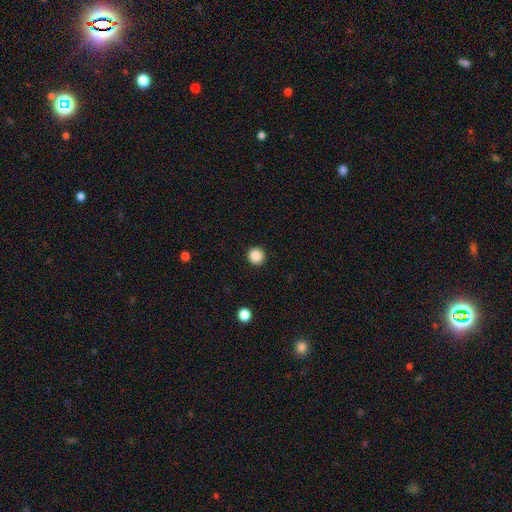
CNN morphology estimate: type=smooth (88%); roundness=round (96%); merging=none (93%).